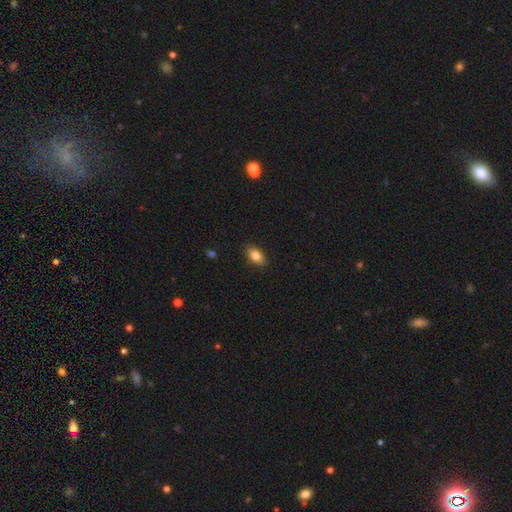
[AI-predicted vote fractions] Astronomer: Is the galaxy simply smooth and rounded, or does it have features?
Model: smooth — 84%.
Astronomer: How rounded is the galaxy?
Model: in between — 89%.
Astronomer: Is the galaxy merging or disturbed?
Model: none — 88%.